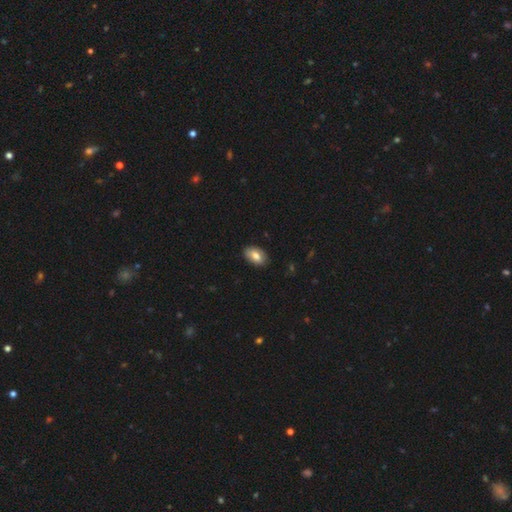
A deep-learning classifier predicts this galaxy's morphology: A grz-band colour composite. It shows a smooth galaxy with no disk features (78%) that is in between round and cigar-shaped (93%). Merging: none (85%).